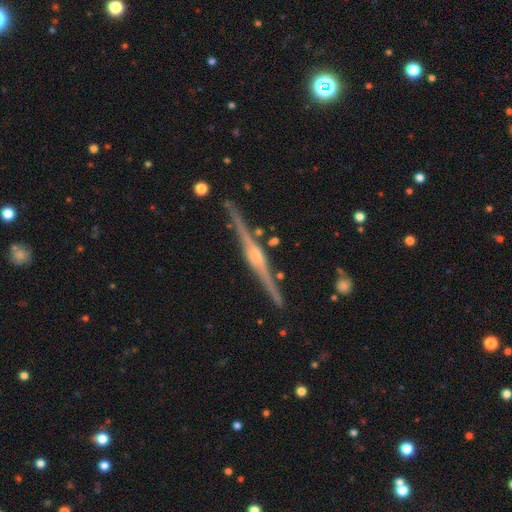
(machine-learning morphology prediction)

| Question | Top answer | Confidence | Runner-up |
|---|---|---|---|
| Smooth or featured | featured or disk | 88% | smooth (7%) |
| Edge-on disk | yes | 98% | no (2%) |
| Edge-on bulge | rounded | 74% | boxy (17%) |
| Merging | none | 89% | minor disturbance (8%) |